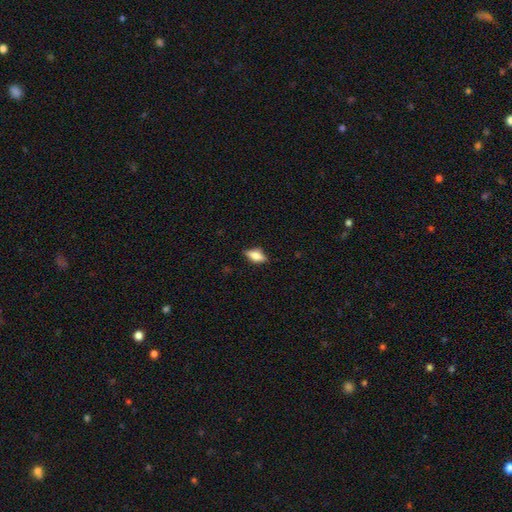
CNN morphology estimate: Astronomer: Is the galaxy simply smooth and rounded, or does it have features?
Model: smooth — 63%.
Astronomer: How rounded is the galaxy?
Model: in between — 78%.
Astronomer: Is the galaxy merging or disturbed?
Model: none — 80%.